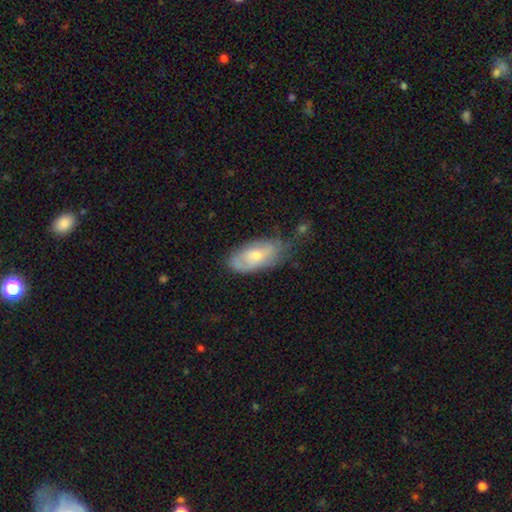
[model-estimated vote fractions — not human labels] This is possibly a smooth galaxy (51%). How rounded: clearly in between (90%). Merging: possibly none (53%).